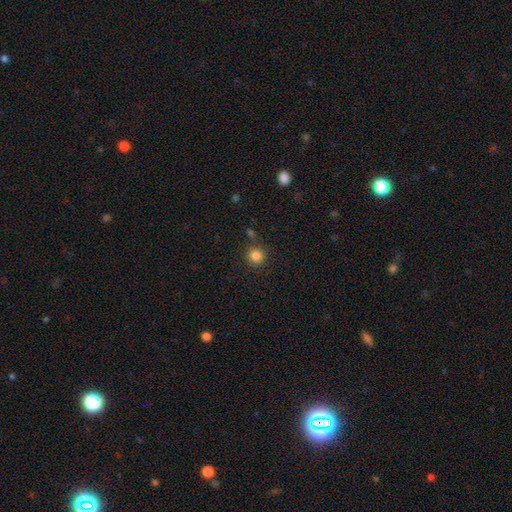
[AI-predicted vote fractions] A smooth galaxy with no disk features (84%) that is round (94%). Merging: none (85%).